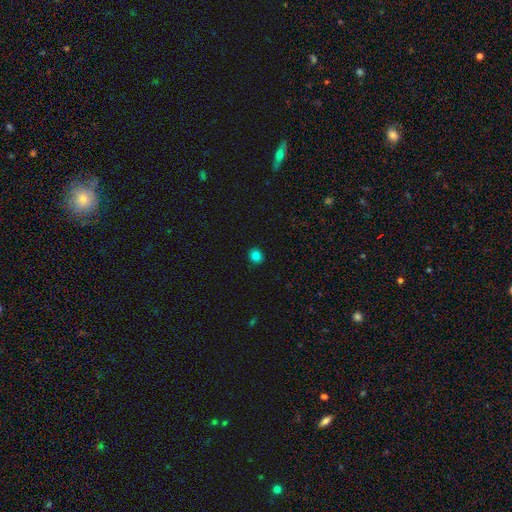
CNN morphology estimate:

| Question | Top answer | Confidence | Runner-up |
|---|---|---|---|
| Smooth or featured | smooth | 83% | star or artifact (12%) |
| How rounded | round | 80% | in between (19%) |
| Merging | none | 92% | minor disturbance (6%) |